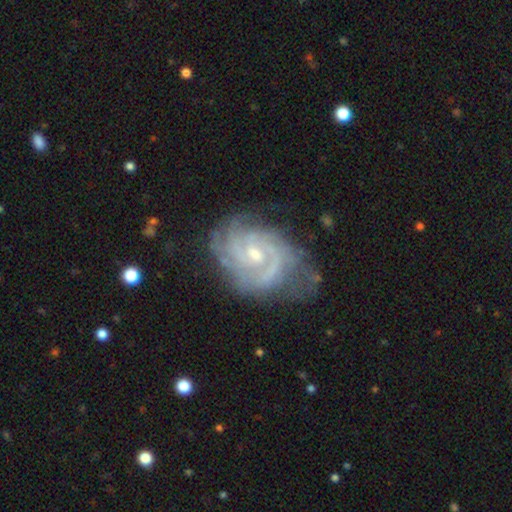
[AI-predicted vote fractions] The model was most divided on "spiral arm count": 2: 29%, can't tell: 24%, 3: 24%, 4: 11%, more than 4: 6%, 1: 6%. More confident: edge-on disk — no (97%); spiral arms — yes (97%); smooth or featured — featured or disk (88%); spiral winding — tight (65%); merging — none (65%); bar — no (51%); bulge size — small (51%).